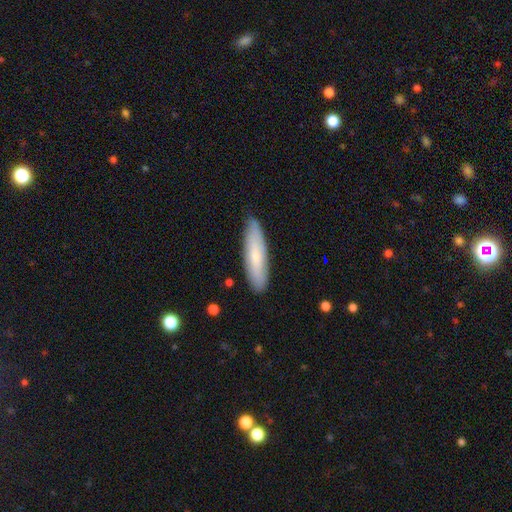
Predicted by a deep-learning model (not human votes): This is likely a smooth galaxy (70%). How rounded: likely cigar-shaped (72%). Merging: clearly none (86%).